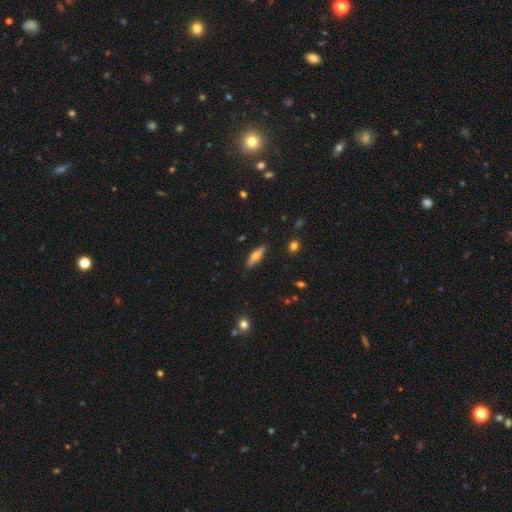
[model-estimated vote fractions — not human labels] Smooth or featured? Predicted: smooth (p=0.57). How rounded? Predicted: cigar-shaped (p=0.62). Merging? Predicted: none (p=0.88).